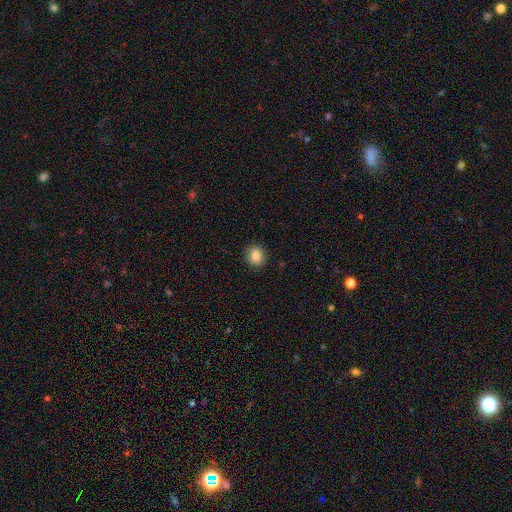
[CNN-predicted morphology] Overall: smooth (85%). How rounded: round (71%). Merging: none (90%).